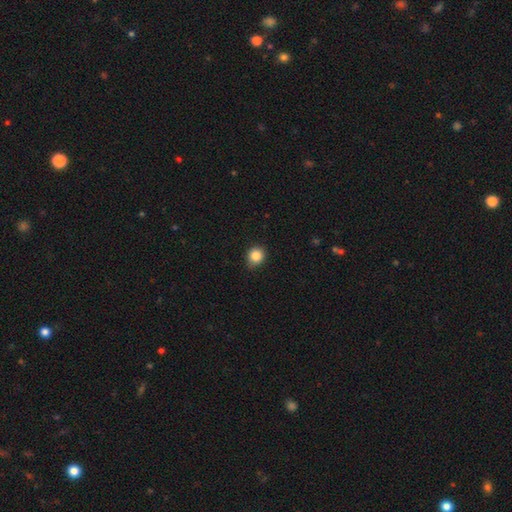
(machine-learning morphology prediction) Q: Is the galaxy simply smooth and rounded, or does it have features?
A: smooth — 85%.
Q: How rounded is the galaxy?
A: round — 85%.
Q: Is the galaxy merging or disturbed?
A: none — 83%.